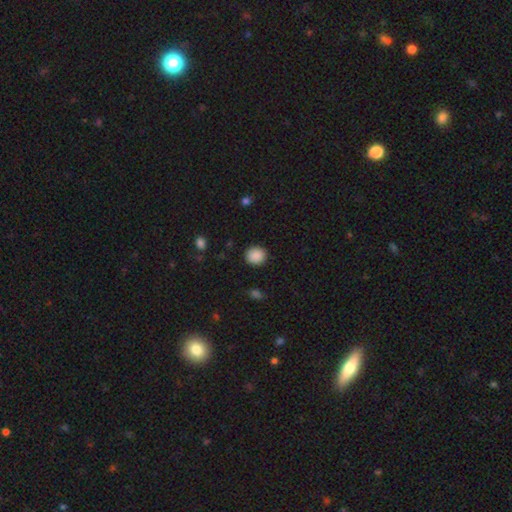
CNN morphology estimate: smooth 89%, star or artifact 8%, featured or disk 3%. Down the decision tree: how rounded — round (84%); merging — none (90%).